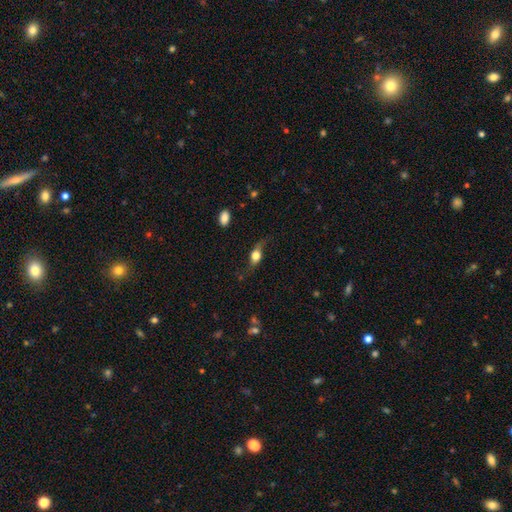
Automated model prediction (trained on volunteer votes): Overall: smooth (48%; featured or disk 43%). Merging: none (59%; minor disturbance 24%).